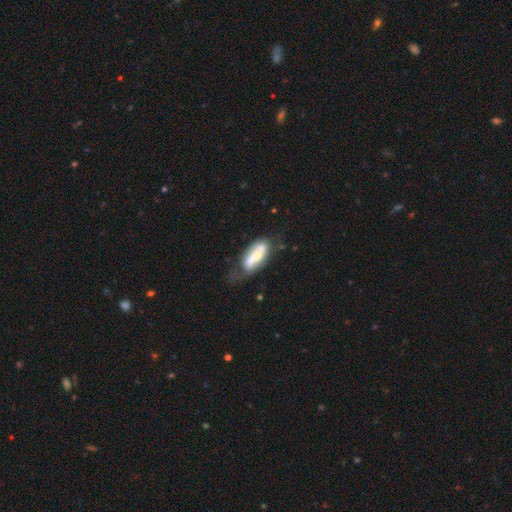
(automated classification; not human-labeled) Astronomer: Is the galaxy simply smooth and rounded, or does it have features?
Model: featured or disk — 62%.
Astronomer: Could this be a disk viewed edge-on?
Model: no — 85%.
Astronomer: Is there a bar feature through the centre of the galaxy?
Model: no — 39% (runner-up: strong, 32%).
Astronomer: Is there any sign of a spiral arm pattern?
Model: yes — 63%.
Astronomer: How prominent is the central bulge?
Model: moderate — 57%.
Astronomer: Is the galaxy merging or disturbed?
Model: none — 44% (runner-up: minor disturbance, 31%).